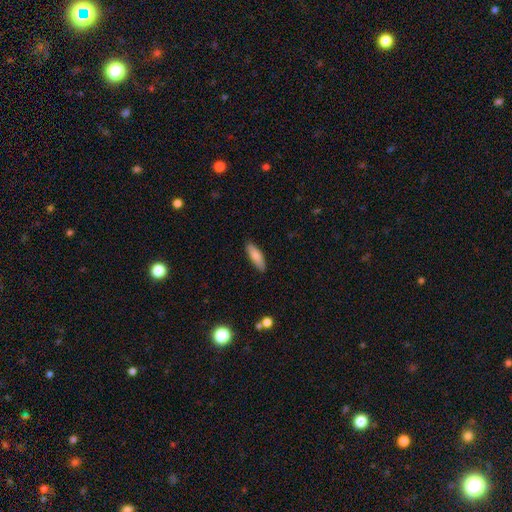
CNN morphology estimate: This appears to be a smooth galaxy with no disk features (84%) that is cigar-shaped (49%, tied with in between). Merging: none (87%).